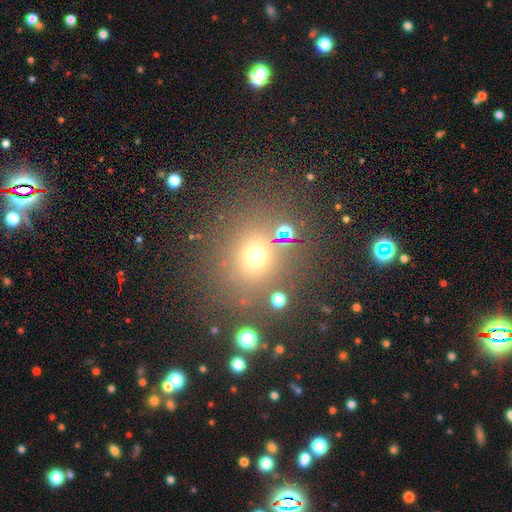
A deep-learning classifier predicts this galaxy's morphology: Smooth or featured?
  - smooth: 63% *
  - star or artifact: 27%
  - featured or disk: 10%
How rounded?
  - round: 81% *
  - in between: 18%
  - cigar-shaped: 1%
Merging?
  - none: 78% *
  - minor disturbance: 10%
  - merger: 7%
  - major disturbance: 6%